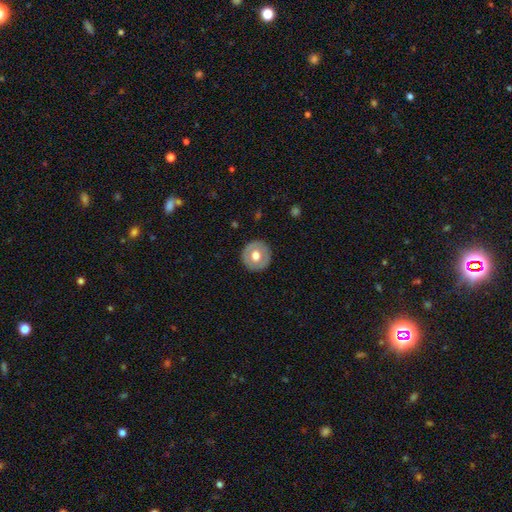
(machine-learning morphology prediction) A smooth galaxy with no disk features (55%) that is round (93%). Merging: none (89%).